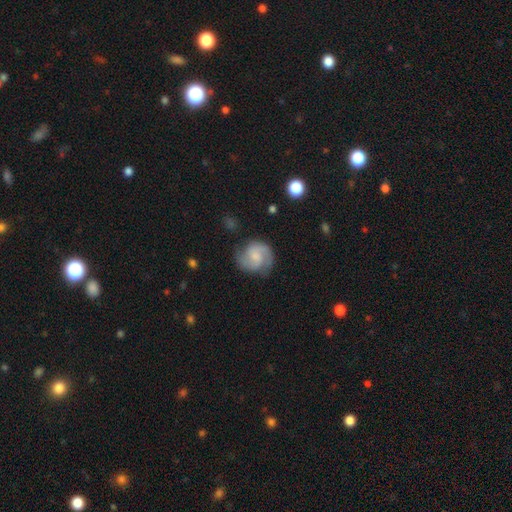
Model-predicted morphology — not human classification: A featured or disk galaxy (76%) with no bar (48%), 2 (89%) medium (52%) spiral arms (96%) and a small central bulge (36%).

Vote fractions:
- Smooth or featured? featured or disk: 76% / smooth: 18% / star or artifact: 6%
- Edge-on disk? no: 98% / yes: 2%
- Bar? no: 48% / weak: 43% / strong: 8%
- Spiral arms? yes: 96% / no: 4%
- Spiral winding? medium: 52% / tight: 30% / loose: 19%
- Spiral arm count? 2: 89% / can't tell: 4% / 1: 2% / 3: 2% / 4: 1% / more than 4: 1%
- Bulge size? small: 36% / moderate: 29% / none: 27% / large: 7% / dominant: 2%
- Merging? none: 76% / minor disturbance: 16% / major disturbance: 6% / merger: 2%